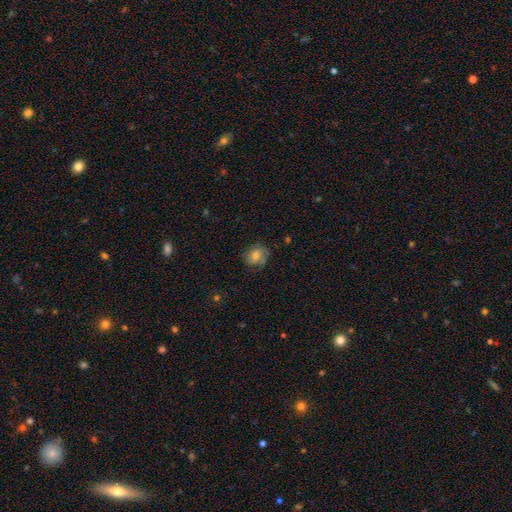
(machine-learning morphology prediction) This appears to be a smooth galaxy with no disk features (62%) that is round (59%). Merging: none (69%).